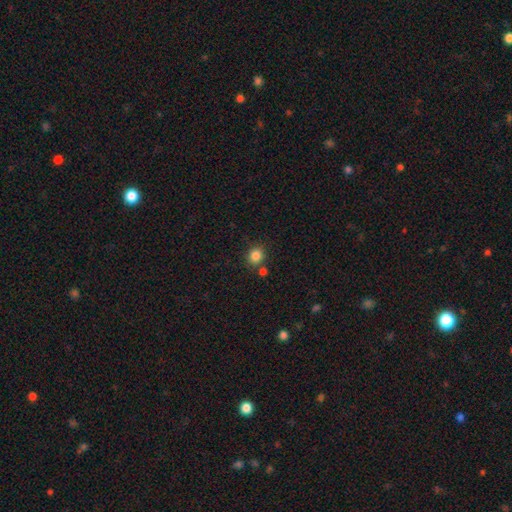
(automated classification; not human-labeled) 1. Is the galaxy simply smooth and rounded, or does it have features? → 85% smooth, 11% star or artifact, 4% featured or disk.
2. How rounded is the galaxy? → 80% round, 19% in between, 1% cigar-shaped.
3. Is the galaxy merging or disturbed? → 77% none, 11% merger, 9% minor disturbance, 3% major disturbance.